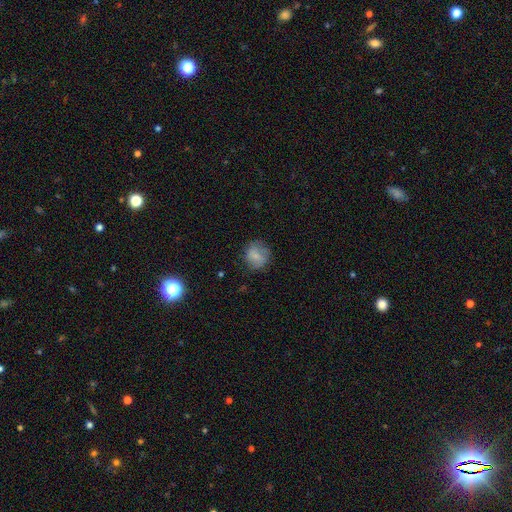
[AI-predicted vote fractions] Smooth or featured?
  - smooth: 75% *
  - featured or disk: 16%
  - star or artifact: 9%
How rounded?
  - round: 83% *
  - in between: 16%
  - cigar-shaped: 1%
Merging?
  - none: 73% *
  - minor disturbance: 19%
  - major disturbance: 7%
  - merger: 1%